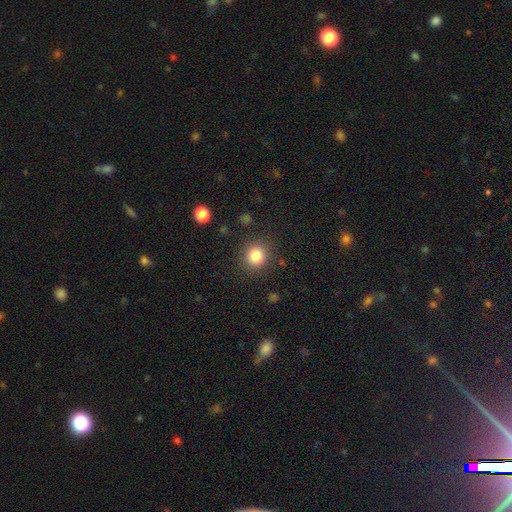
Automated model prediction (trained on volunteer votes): This is clearly a smooth galaxy (84%). How rounded: clearly round (83%). Merging: clearly none (85%).